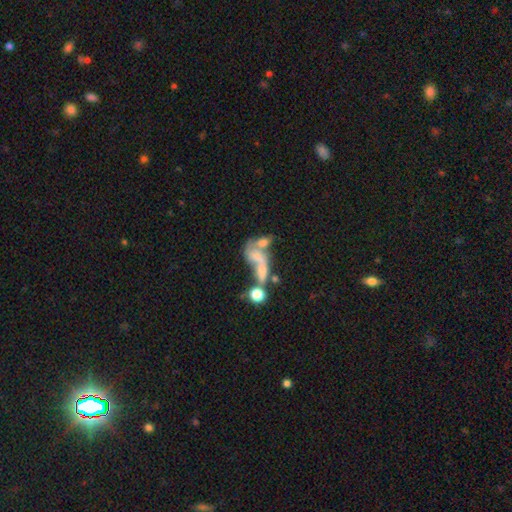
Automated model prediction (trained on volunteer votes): smooth 45%, featured or disk 41%, star or artifact 14%. Down the decision tree: merging — merger (58%).